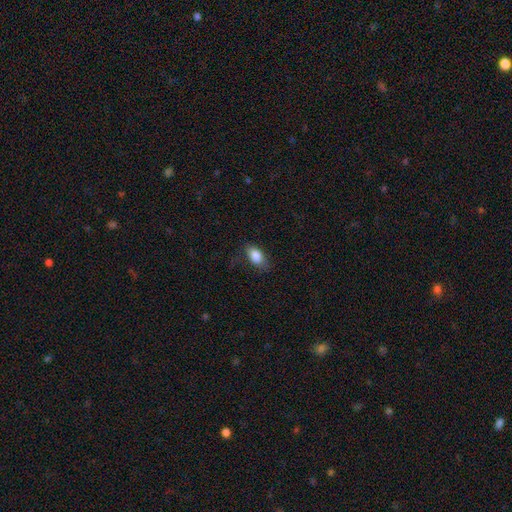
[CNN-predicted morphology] smooth-or-featured: smooth: 85% | star or artifact: 8% | featured or disk: 7%
  how-rounded: in between: 89% | round: 7% | cigar-shaped: 4%
  merging: none: 72% | minor disturbance: 20% | major disturbance: 7% | merger: 1%